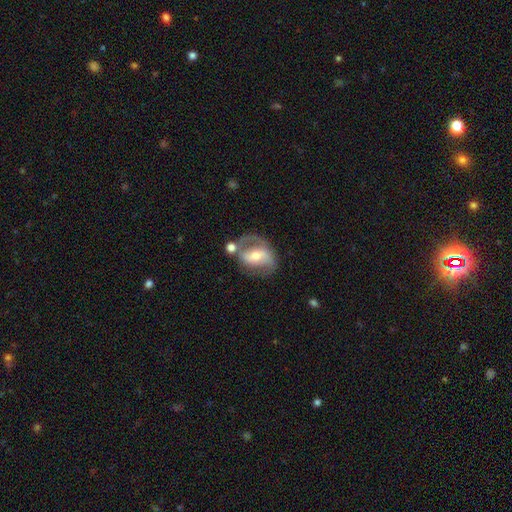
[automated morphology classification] Smooth or featured: featured or disk — 70% (smooth — 23%)
Edge-on disk: no — 95% (yes — 5%)
Bar: strong — 40% (weak — 33%)
Spiral arms: yes — 72% (no — 28%)
Bulge size: moderate — 58% (small — 35%)
Merging: none — 50% (minor disturbance — 20%)